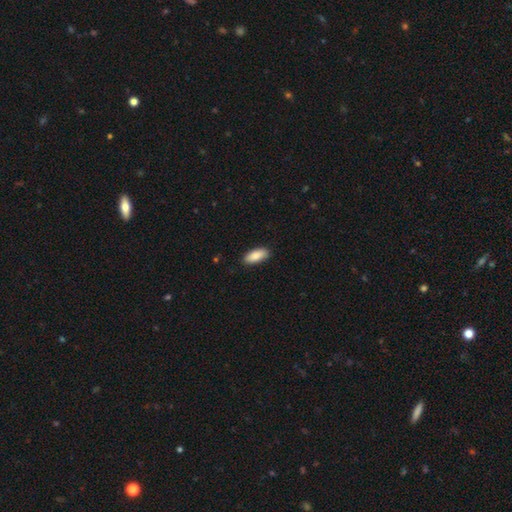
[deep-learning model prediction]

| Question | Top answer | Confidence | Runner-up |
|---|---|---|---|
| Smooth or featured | smooth | 88% | featured or disk (6%) |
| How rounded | in between | 83% | cigar-shaped (16%) |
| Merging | none | 88% | minor disturbance (9%) |